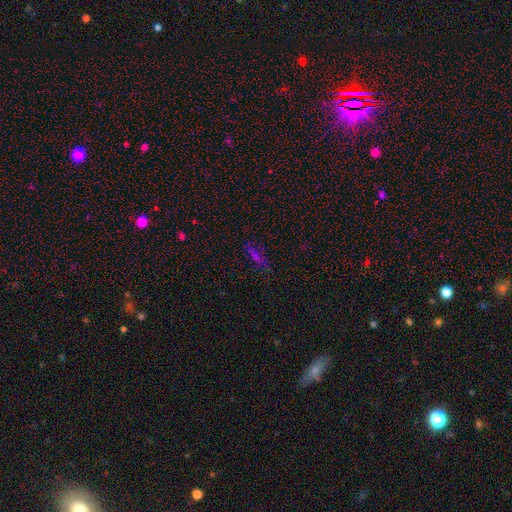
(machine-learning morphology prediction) Smooth or featured? smooth (54%)
How rounded? cigar-shaped (61%)
Merging? none (71%)